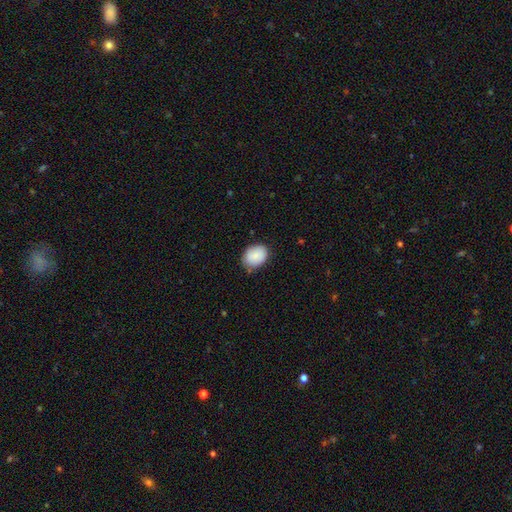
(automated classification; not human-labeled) smooth_or_featured: smooth (p=0.85) [alt: featured or disk p=0.08]
how_rounded: in between (p=0.61) [alt: round p=0.38]
merging: none (p=0.77) [alt: minor disturbance p=0.18]